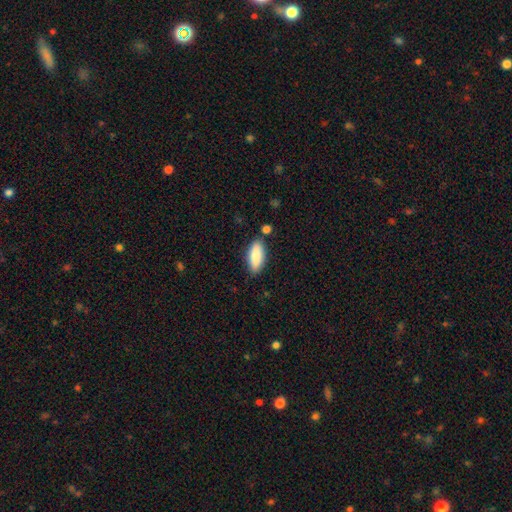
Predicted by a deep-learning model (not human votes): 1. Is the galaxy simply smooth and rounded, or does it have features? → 87% smooth, 7% featured or disk, 6% star or artifact.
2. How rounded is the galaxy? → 78% in between, 20% cigar-shaped, 2% round.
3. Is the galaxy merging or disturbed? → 79% none, 13% minor disturbance, 5% merger, 3% major disturbance.